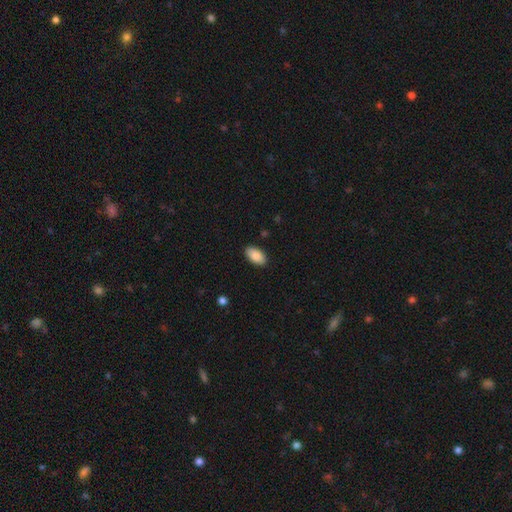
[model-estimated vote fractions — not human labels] smooth_or_featured: smooth (p=0.88) [alt: star or artifact p=0.06]
how_rounded: in between (p=0.95) [alt: round p=0.03]
merging: none (p=0.89) [alt: minor disturbance p=0.08]